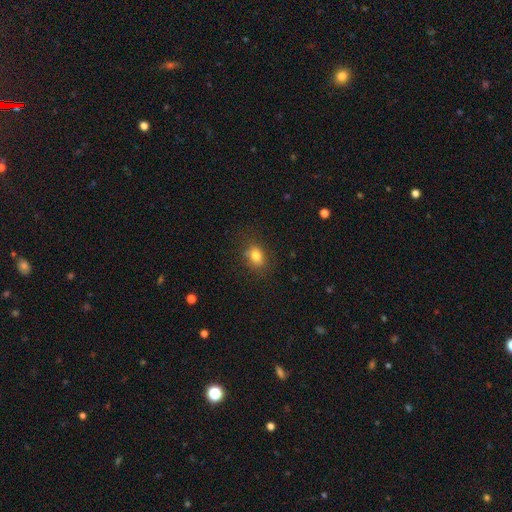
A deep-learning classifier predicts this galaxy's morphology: Q: Smooth or featured?
A: smooth (80%); runner-up: star or artifact (11%)
Q: How rounded?
A: in between (64%); runner-up: round (35%)
Q: Merging?
A: none (78%); runner-up: minor disturbance (16%)